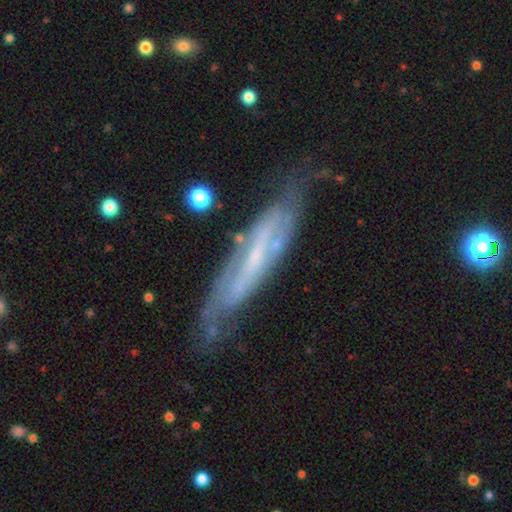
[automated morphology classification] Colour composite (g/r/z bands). It shows a featured or disk galaxy (73%). Merging: none (67%).